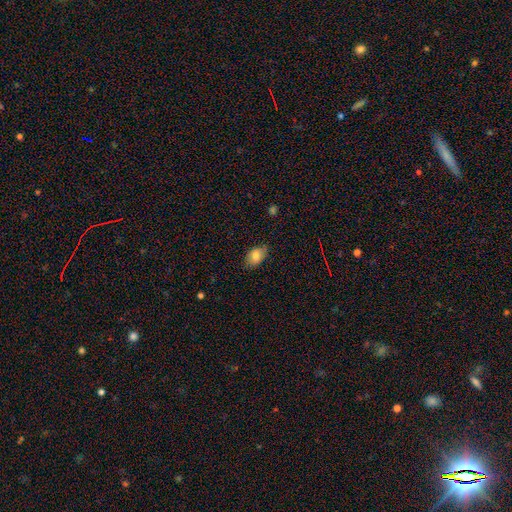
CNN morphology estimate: Overall: smooth (81%). How rounded: in between (88%). Merging: none (79%).